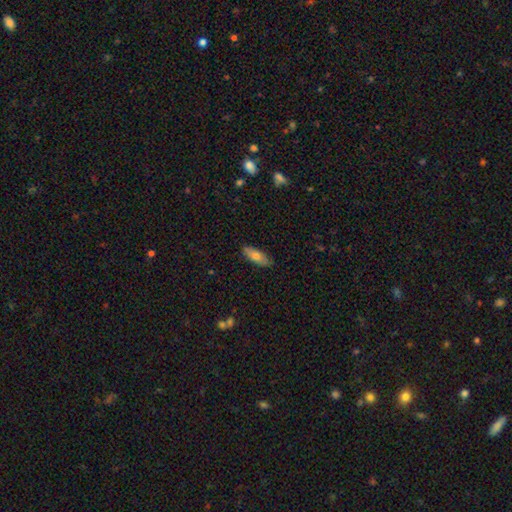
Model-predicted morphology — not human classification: smooth-or-featured: smooth: 71% | featured or disk: 22% | star or artifact: 7%
  how-rounded: in between: 69% | cigar-shaped: 29% | round: 2%
  merging: none: 85% | minor disturbance: 12% | major disturbance: 2% | merger: 1%